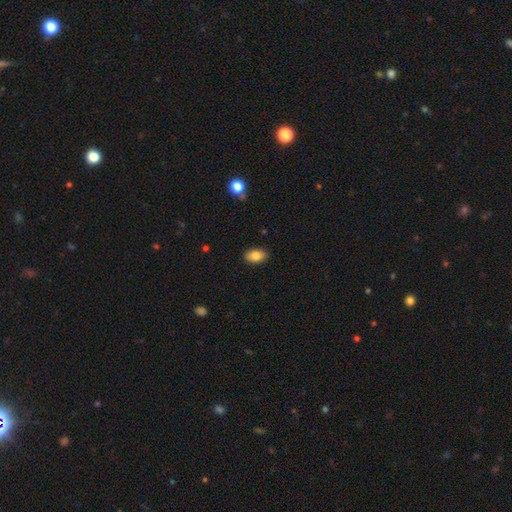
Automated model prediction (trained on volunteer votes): Smooth or featured: smooth — 83% (featured or disk — 9%)
How rounded: in between — 88% (round — 11%)
Merging: none — 87% (minor disturbance — 10%)